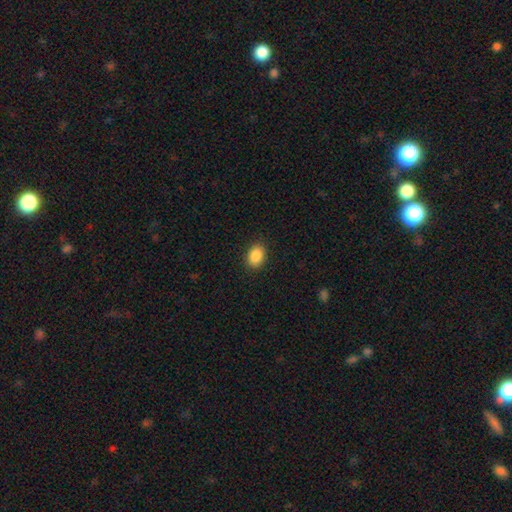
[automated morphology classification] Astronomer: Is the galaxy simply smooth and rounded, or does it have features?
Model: smooth — 88%.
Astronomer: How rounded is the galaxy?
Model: in between — 80%.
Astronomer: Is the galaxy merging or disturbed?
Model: none — 89%.